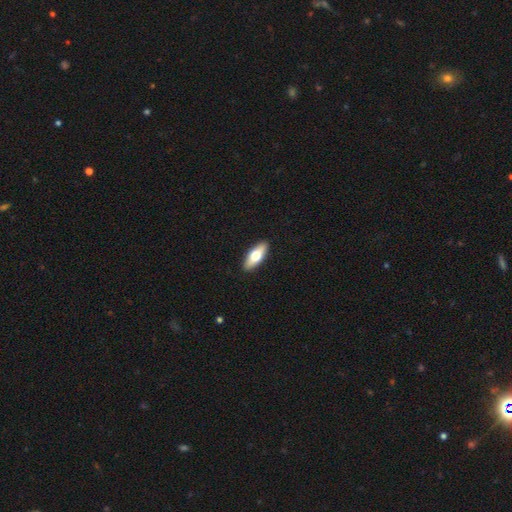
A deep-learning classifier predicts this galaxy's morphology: A smooth galaxy with no disk features (63%) that is in between round and cigar-shaped (69%).

Vote fractions:
- Smooth or featured? smooth: 63% / featured or disk: 31% / star or artifact: 5%
- How rounded? in between: 69% / cigar-shaped: 29% / round: 3%
- Merging? none: 91% / minor disturbance: 6% / major disturbance: 1% / merger: 1%